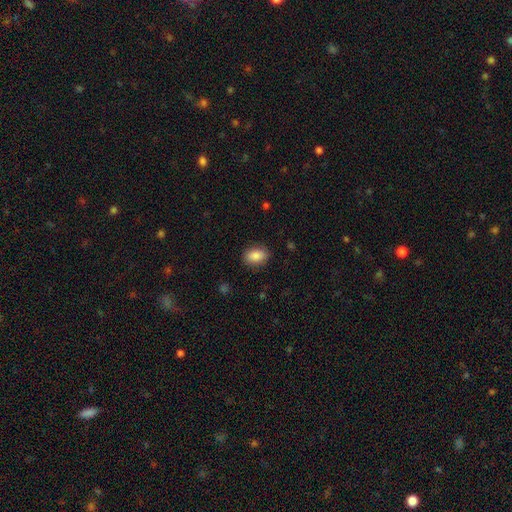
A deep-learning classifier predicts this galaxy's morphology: A smooth galaxy with no disk features (88%) that is in between round and cigar-shaped (84%). Merging: none (87%).